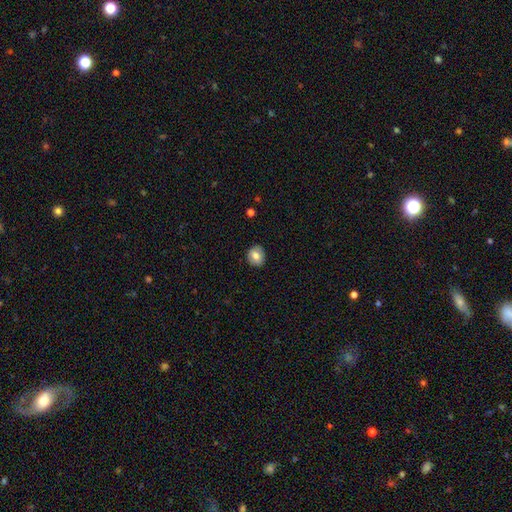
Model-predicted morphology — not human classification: smooth-or-featured: smooth: 76% | featured or disk: 16% | star or artifact: 8%
  how-rounded: round: 74% | in between: 26% | cigar-shaped: 1%
  merging: none: 87% | minor disturbance: 10% | major disturbance: 2% | merger: 1%